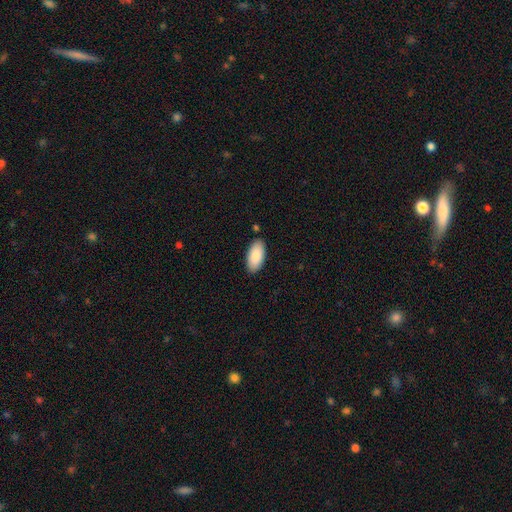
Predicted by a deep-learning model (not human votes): This is clearly a smooth galaxy (88%). How rounded: clearly in between (94%). Merging: clearly none (87%).